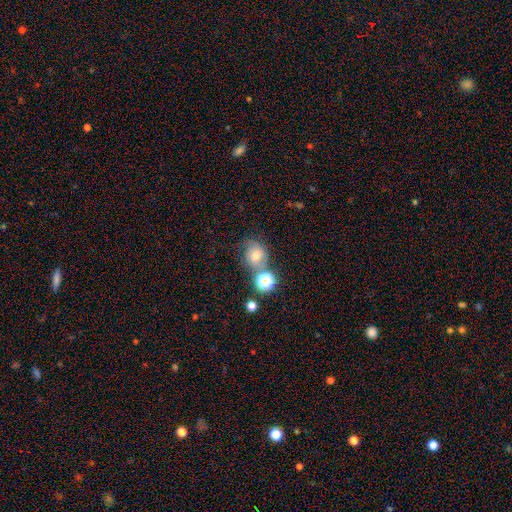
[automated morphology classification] Smooth or featured: smooth — 56% (featured or disk — 22%)
How rounded: round — 67% (in between — 32%)
Merging: none — 54% (merger — 20%)